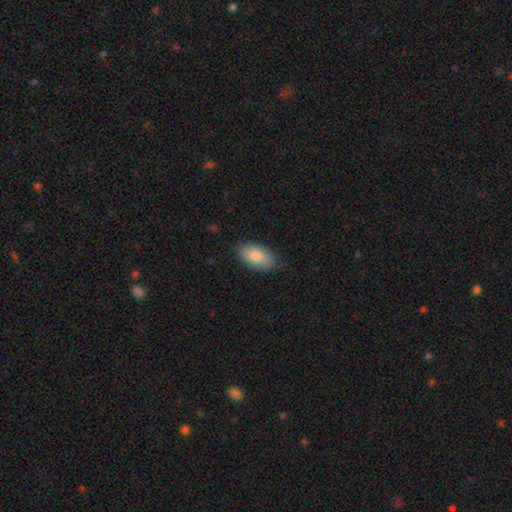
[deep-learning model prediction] The model was most divided on "merging": none: 82%, minor disturbance: 14%, major disturbance: 3%, merger: 1%. More confident: how rounded — in between (92%); smooth or featured — smooth (82%).